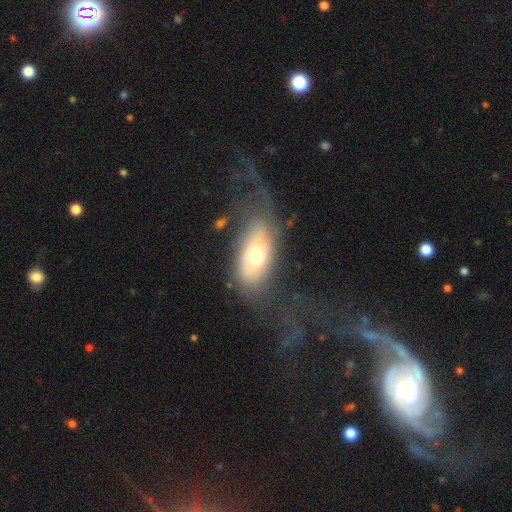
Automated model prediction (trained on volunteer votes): smooth 48%, featured or disk 44%, star or artifact 8%. Down the decision tree: merging — major disturbance (39%).